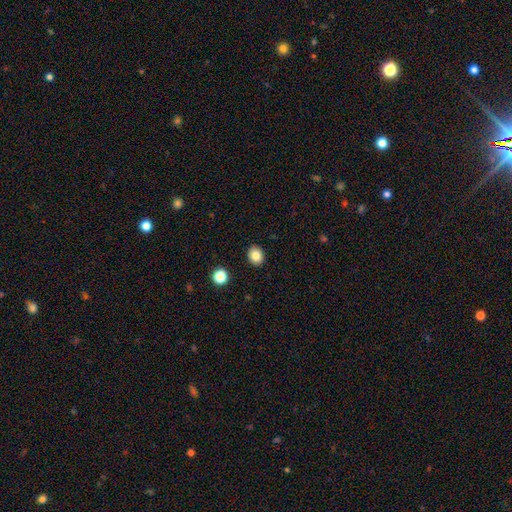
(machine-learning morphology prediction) Smooth or featured? smooth (84%)
How rounded? round (57%)
Merging? none (91%)